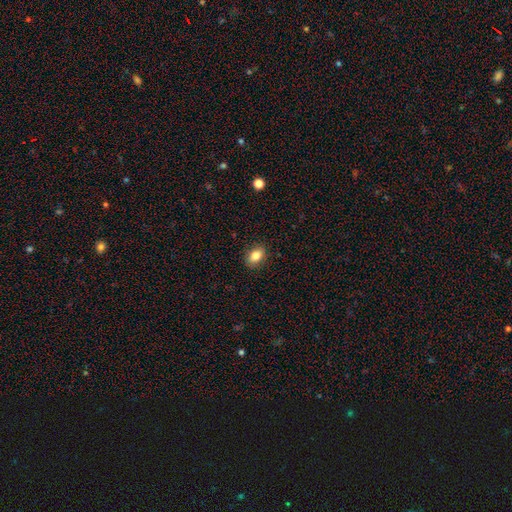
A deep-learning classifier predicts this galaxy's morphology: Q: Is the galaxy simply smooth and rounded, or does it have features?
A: smooth — 84%.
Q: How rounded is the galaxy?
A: in between — 81%.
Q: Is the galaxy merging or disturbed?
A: none — 88%.